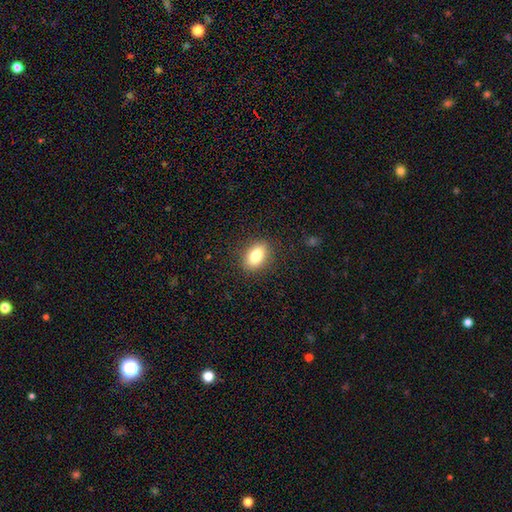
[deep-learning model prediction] A smooth galaxy with no disk features (81%) that is in between round and cigar-shaped (83%). Merging: none (87%).